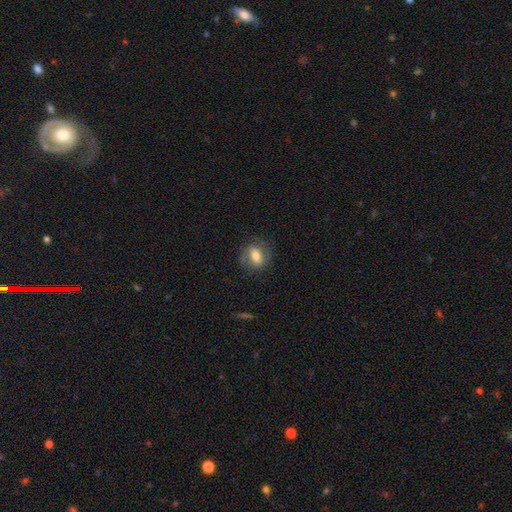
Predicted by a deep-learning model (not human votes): Smooth or featured?
  - smooth: 47% *
  - featured or disk: 45%
  - star or artifact: 8%
Merging?
  - none: 73% *
  - minor disturbance: 17%
  - major disturbance: 9%
  - merger: 1%